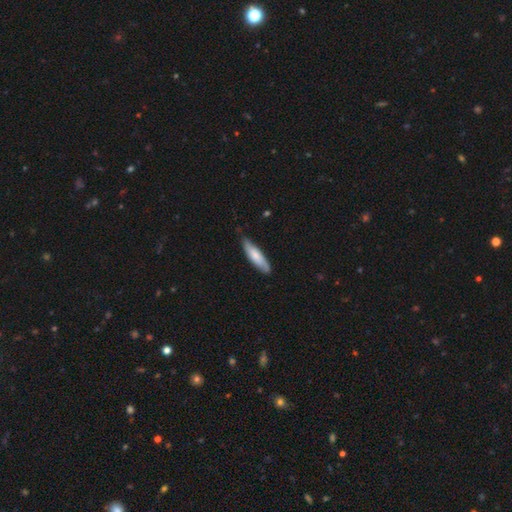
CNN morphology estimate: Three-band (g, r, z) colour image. It shows a smooth galaxy with no disk features (69%) that is cigar-shaped (66%). Merging: none (78%).